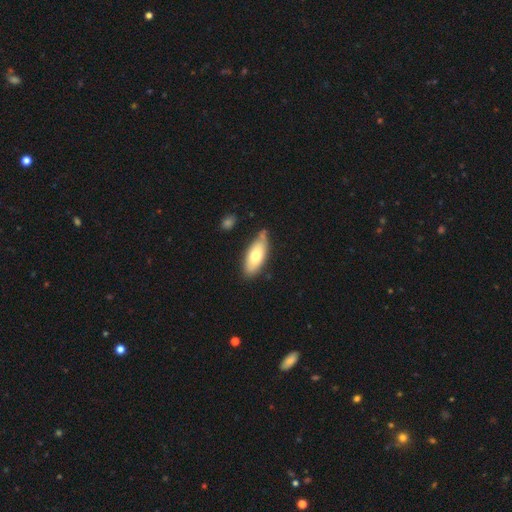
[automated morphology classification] Smooth or featured? Predicted: smooth (p=0.70). How rounded? Predicted: in between (p=0.81). Merging? Predicted: none (p=0.72).